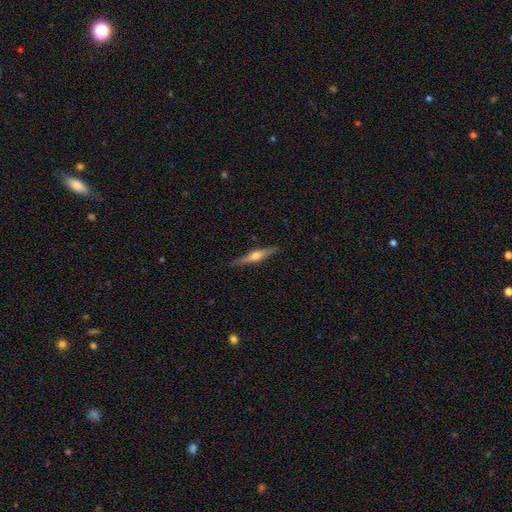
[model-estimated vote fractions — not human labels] A featured or disk galaxy (67%) viewed edge-on (97%) with a rounded central bulge (93%). Merging: none (88%).